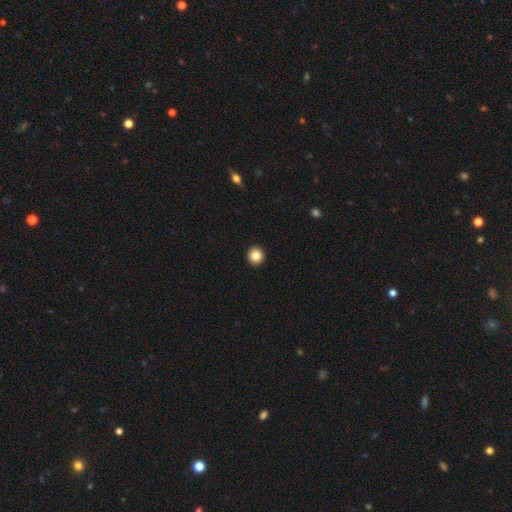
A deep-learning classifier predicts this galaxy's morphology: A smooth galaxy with no disk features (85%) that is round (88%). Merging: none (94%).